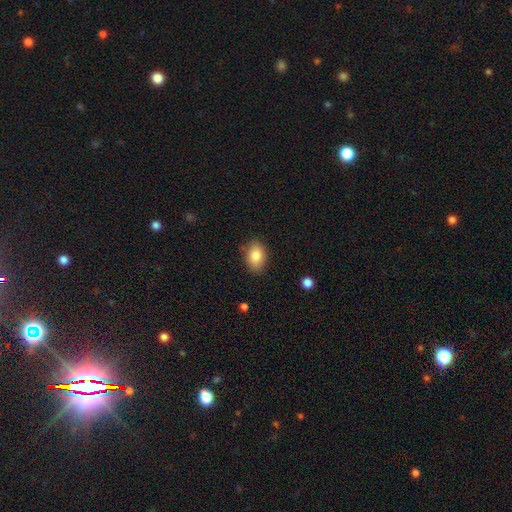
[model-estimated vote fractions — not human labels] Smooth or featured? smooth (84%)
How rounded? in between (80%)
Merging? none (83%)